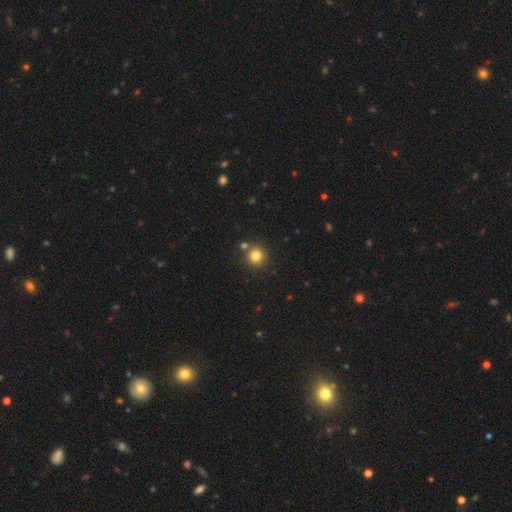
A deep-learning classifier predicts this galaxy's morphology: Q: Smooth or featured?
A: smooth (80%); runner-up: star or artifact (13%)
Q: How rounded?
A: round (92%); runner-up: in between (7%)
Q: Merging?
A: none (79%); runner-up: merger (11%)